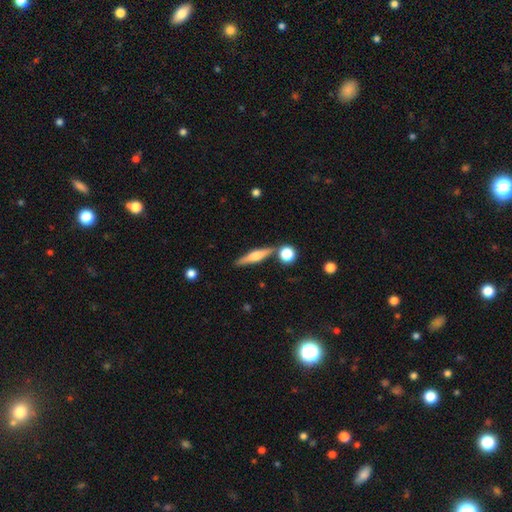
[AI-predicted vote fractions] smooth_or_featured: featured or disk (p=0.59) [alt: smooth p=0.34]
disk_edge_on: yes (p=0.96) [alt: no p=0.04]
edge_on_bulge: rounded (p=0.81) [alt: boxy p=0.13]
merging: none (p=0.81) [alt: minor disturbance p=0.09]